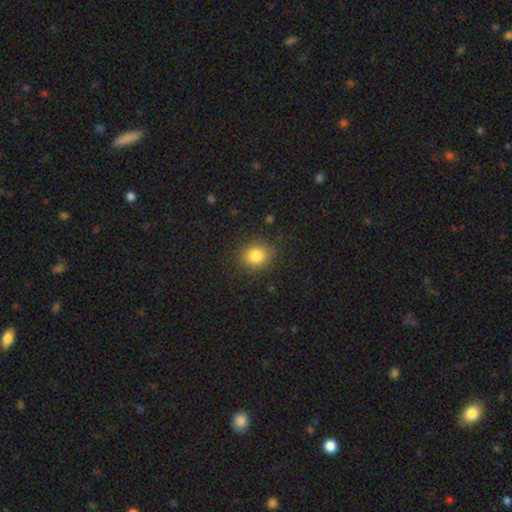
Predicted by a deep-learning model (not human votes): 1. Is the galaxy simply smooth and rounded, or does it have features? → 83% smooth, 11% star or artifact, 6% featured or disk.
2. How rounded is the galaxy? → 72% round, 27% in between, 1% cigar-shaped.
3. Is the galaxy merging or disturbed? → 84% none, 12% minor disturbance, 4% major disturbance, 1% merger.